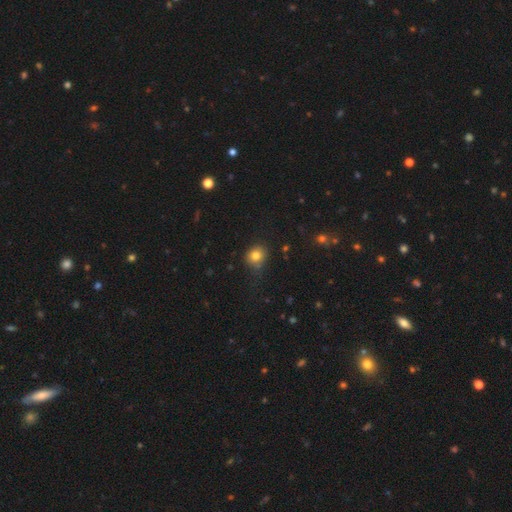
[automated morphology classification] Smooth or featured? smooth (81%)
How rounded? round (78%)
Merging? none (73%)